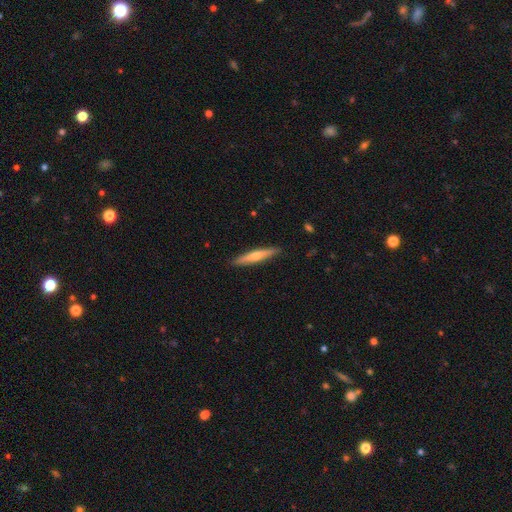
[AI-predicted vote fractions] A smooth galaxy with no disk features (55%) that is cigar-shaped (92%).

Vote fractions:
- Smooth or featured? smooth: 55% / featured or disk: 40% / star or artifact: 5%
- How rounded? cigar-shaped: 92% / in between: 7% / round: 1%
- Merging? none: 90% / minor disturbance: 8% / major disturbance: 2% / merger: 1%